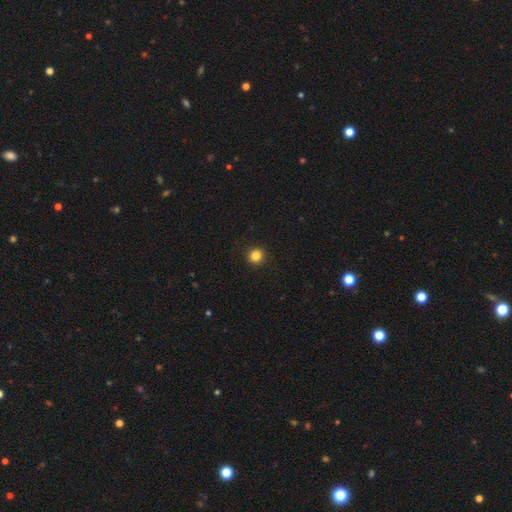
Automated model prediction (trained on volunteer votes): Smooth or featured: smooth — 83% (star or artifact — 12%)
How rounded: round — 88% (in between — 11%)
Merging: none — 93% (minor disturbance — 5%)